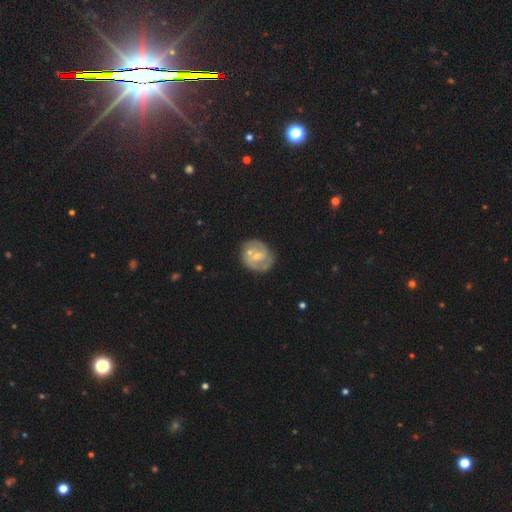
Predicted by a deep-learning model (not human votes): Overall: featured or disk (71%). Edge-on disk: no (98%). Bar: no (54%; weak 39%). Spiral arms: yes (82%). Spiral arm count: 2 (54%; can't tell 23%). Spiral winding: tight (44%; medium 42%). Bulge size: small (57%; moderate 37%). Merging: none (63%).